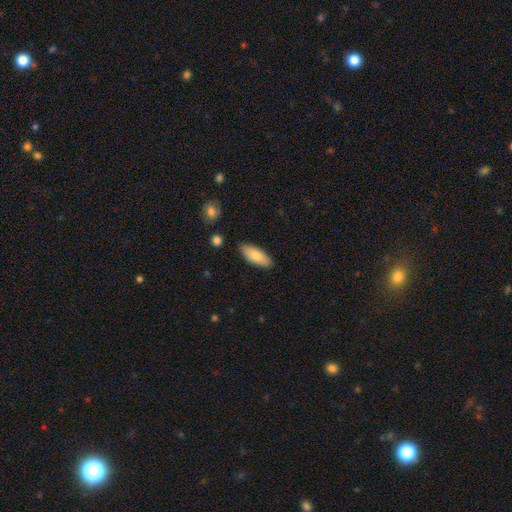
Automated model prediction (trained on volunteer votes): Q: Smooth or featured?
A: smooth (82%); runner-up: featured or disk (12%)
Q: How rounded?
A: in between (81%); runner-up: cigar-shaped (18%)
Q: Merging?
A: none (85%); runner-up: minor disturbance (11%)